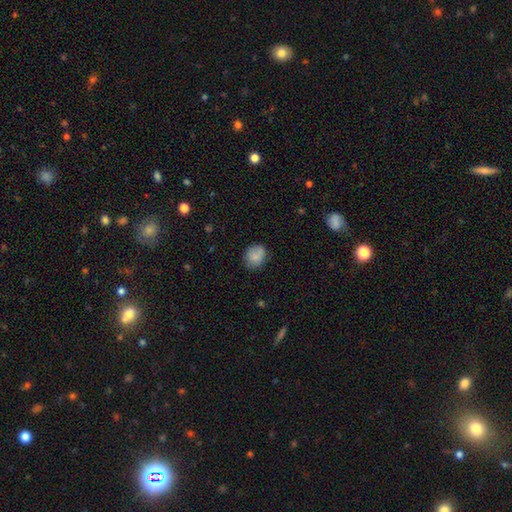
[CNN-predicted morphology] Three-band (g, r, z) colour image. It shows a smooth galaxy with no disk features (82%) that is round (62%). Merging: none (72%).